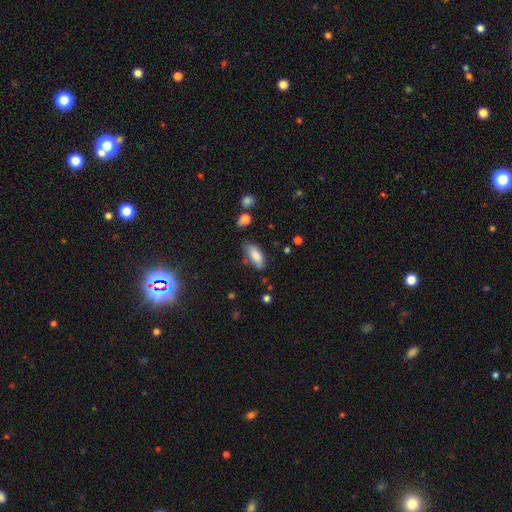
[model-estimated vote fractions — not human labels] Q: Smooth or featured?
A: smooth (83%); runner-up: featured or disk (10%)
Q: How rounded?
A: in between (83%); runner-up: cigar-shaped (15%)
Q: Merging?
A: none (63%); runner-up: minor disturbance (27%)